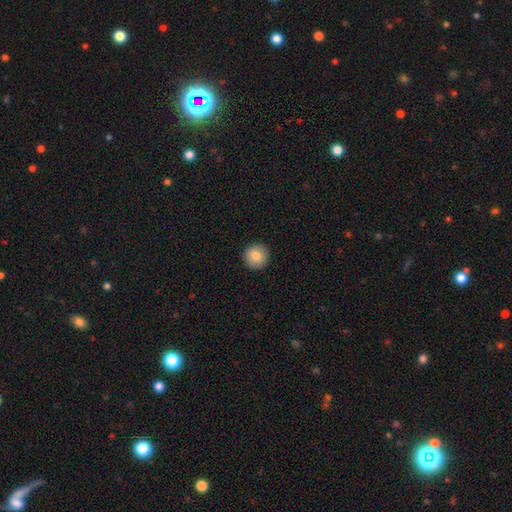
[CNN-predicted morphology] The model was most divided on "smooth or featured": smooth: 84%, featured or disk: 8%, star or artifact: 8%. More confident: how rounded — round (95%); merging — none (93%).